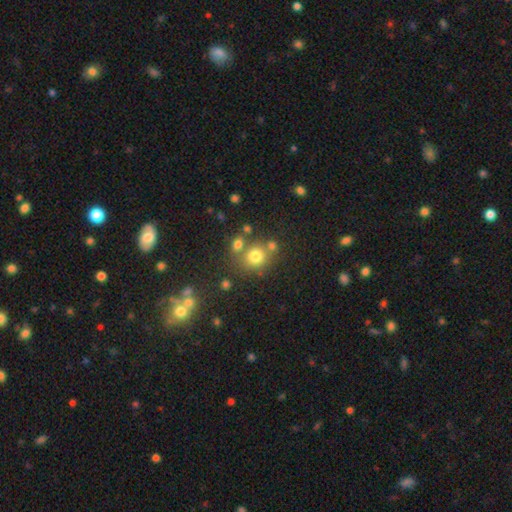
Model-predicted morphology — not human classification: This appears to be a smooth galaxy with no disk features (74%) that is round (80%). Merging: none (63%).